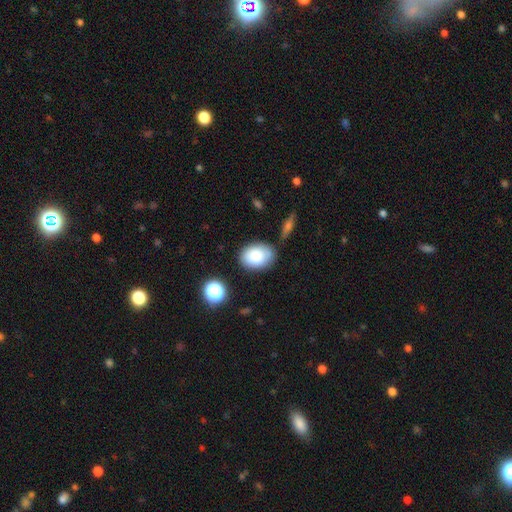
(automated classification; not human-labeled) smooth 81%, featured or disk 11%, star or artifact 8%. Down the decision tree: how rounded — in between (78%); merging — none (73%).